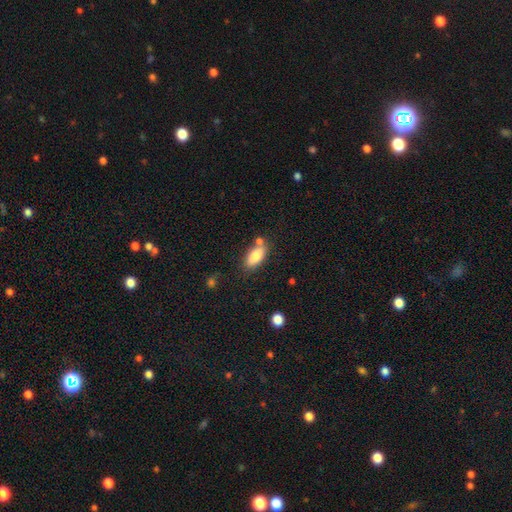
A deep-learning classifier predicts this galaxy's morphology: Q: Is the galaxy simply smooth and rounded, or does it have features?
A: smooth — 81%.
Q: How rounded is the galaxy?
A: in between — 83%.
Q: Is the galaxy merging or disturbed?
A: none — 69%.